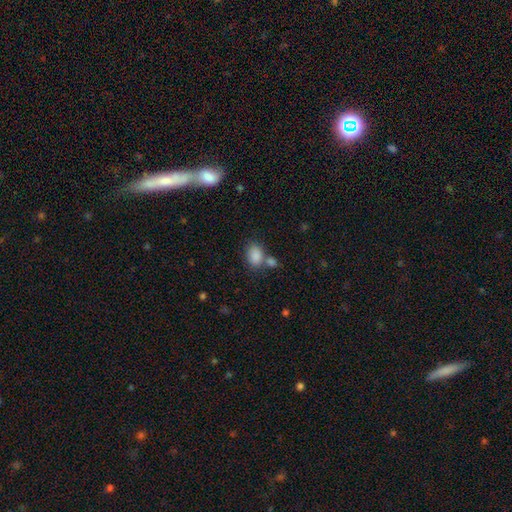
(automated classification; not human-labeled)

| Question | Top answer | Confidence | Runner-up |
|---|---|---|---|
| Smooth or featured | smooth | 85% | star or artifact (9%) |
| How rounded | in between | 77% | round (21%) |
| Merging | none | 51% | merger (29%) |